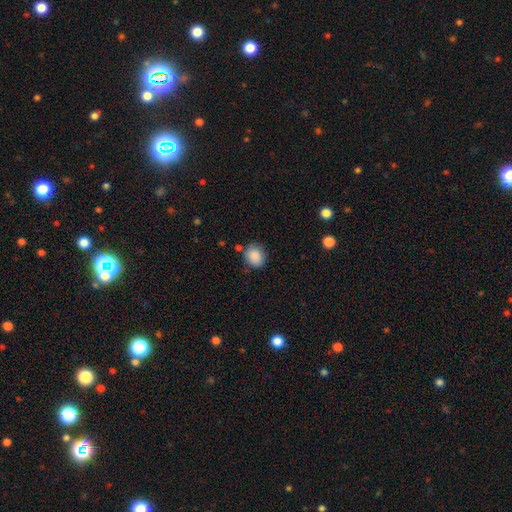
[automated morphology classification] Smooth or featured?
  - smooth: 88% *
  - star or artifact: 8%
  - featured or disk: 4%
How rounded?
  - round: 62% *
  - in between: 37%
  - cigar-shaped: 1%
Merging?
  - none: 76% *
  - minor disturbance: 16%
  - merger: 5%
  - major disturbance: 4%